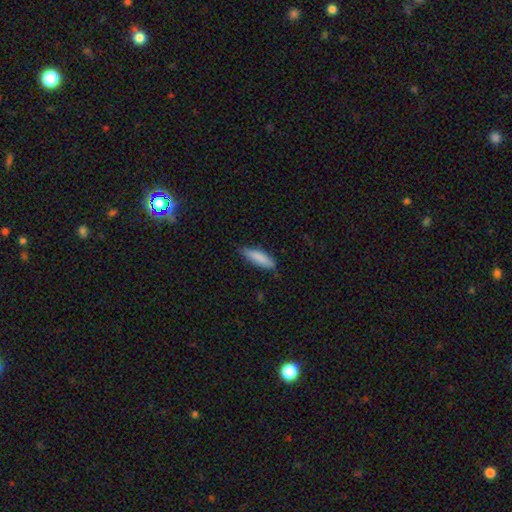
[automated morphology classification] Overall: smooth (79%). How rounded: cigar-shaped (71%). Merging: none (82%).